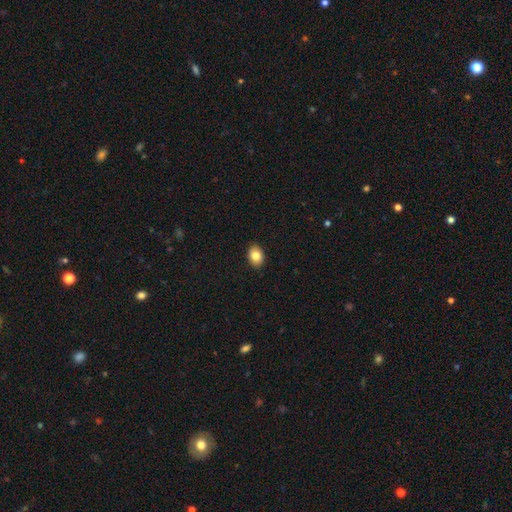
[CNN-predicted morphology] smooth_or_featured: smooth (p=0.83) [alt: star or artifact p=0.09]
how_rounded: in between (p=0.65) [alt: round p=0.34]
merging: none (p=0.91) [alt: minor disturbance p=0.07]